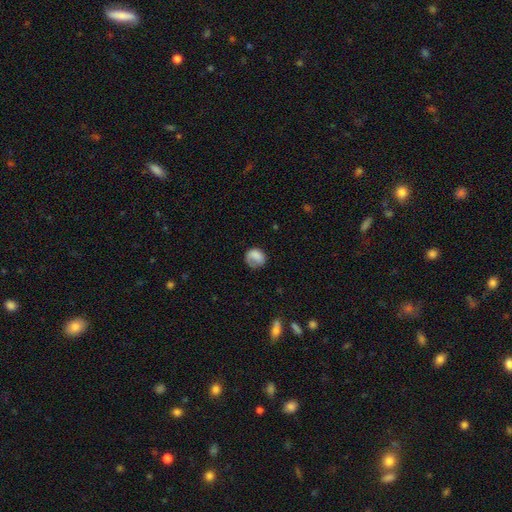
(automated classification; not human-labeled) Smooth or featured: smooth — 78% (featured or disk — 14%)
How rounded: round — 65% (in between — 34%)
Merging: none — 51% (minor disturbance — 26%)